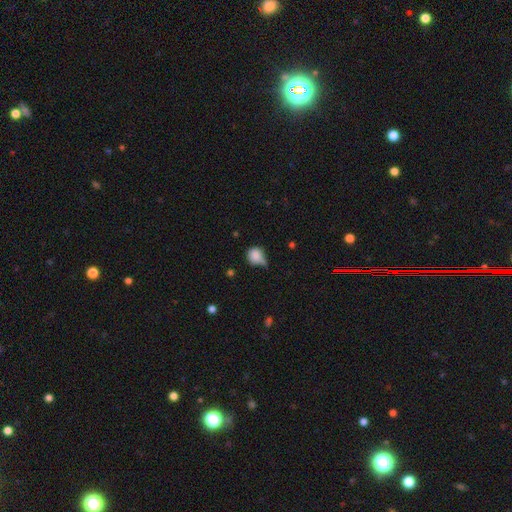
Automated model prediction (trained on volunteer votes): smooth 81%, star or artifact 10%, featured or disk 9%. Down the decision tree: how rounded — round (77%); merging — minor disturbance (39%).